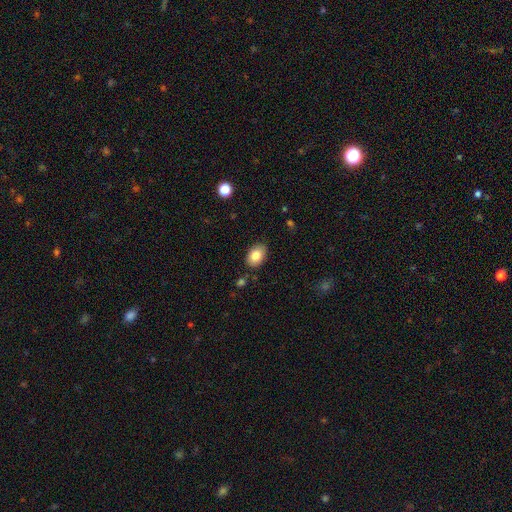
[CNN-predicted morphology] Smooth or featured? smooth (83%)
How rounded? in between (84%)
Merging? none (86%)